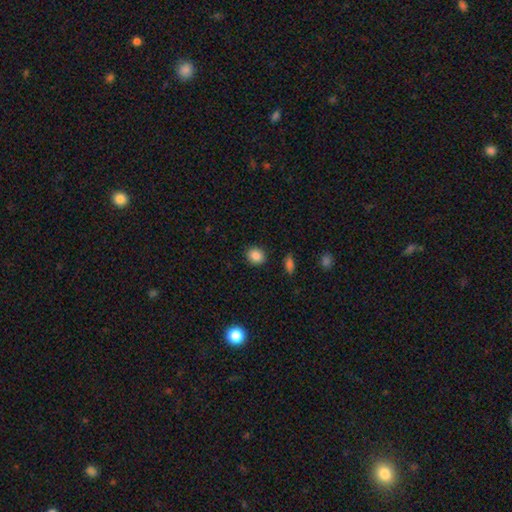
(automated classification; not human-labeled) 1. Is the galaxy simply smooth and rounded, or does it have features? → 86% smooth, 10% star or artifact, 4% featured or disk.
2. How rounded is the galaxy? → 68% round, 31% in between, 1% cigar-shaped.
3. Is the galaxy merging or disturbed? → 89% none, 7% minor disturbance, 2% major disturbance, 2% merger.